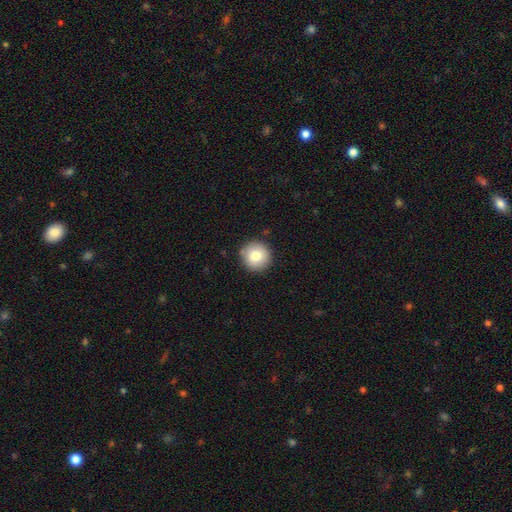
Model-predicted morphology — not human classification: Overall: smooth (80%). How rounded: round (95%). Merging: none (90%).